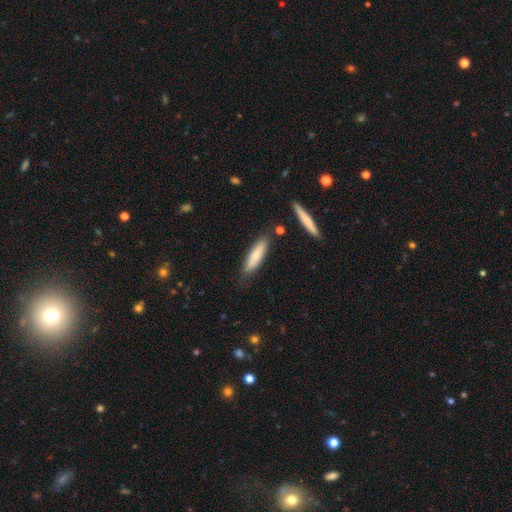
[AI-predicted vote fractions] This appears to be a smooth galaxy with no disk features (79%) that is cigar-shaped (74%). Merging: none (80%).